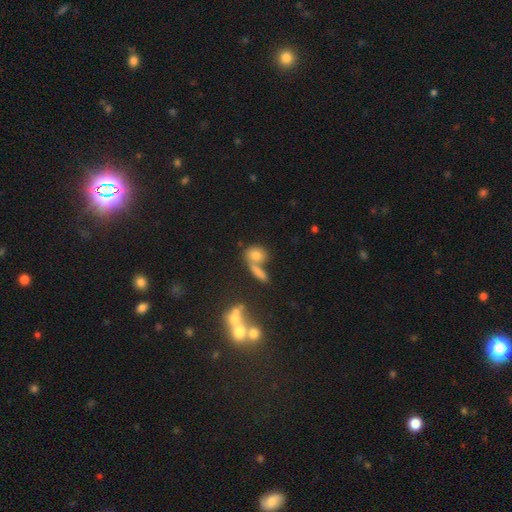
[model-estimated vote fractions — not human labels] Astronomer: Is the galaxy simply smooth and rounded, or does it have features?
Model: smooth — 72%.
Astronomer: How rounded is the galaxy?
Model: round — 51% (runner-up: in between, 42%).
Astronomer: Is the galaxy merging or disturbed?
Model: merger — 42% (runner-up: none, 41%).